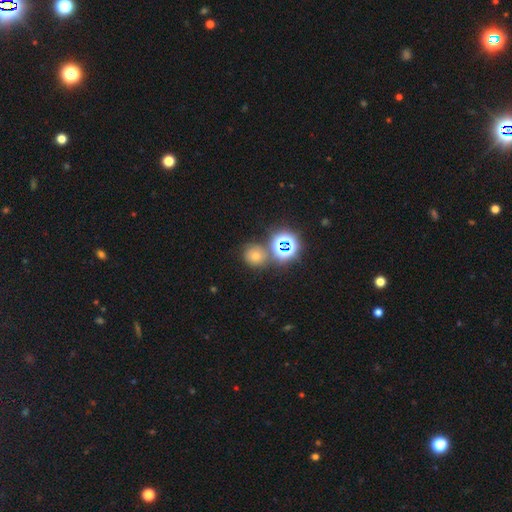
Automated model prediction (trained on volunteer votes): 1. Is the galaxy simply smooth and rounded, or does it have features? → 59% smooth, 30% star or artifact, 11% featured or disk.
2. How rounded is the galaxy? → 84% round, 15% in between, 1% cigar-shaped.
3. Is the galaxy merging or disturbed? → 69% none, 15% merger, 12% minor disturbance, 4% major disturbance.